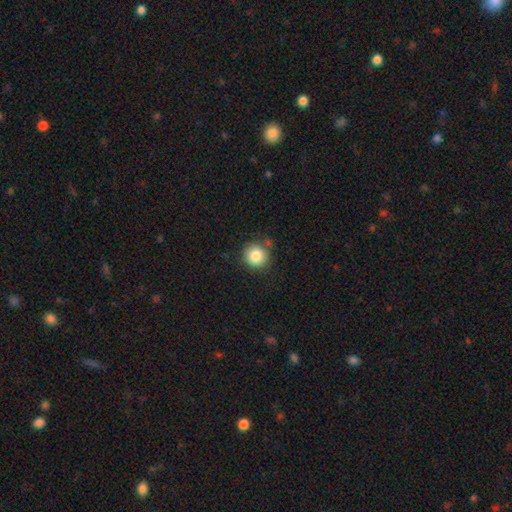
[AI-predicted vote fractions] smooth_or_featured: smooth (p=0.85) [alt: star or artifact p=0.09]
how_rounded: round (p=0.92) [alt: in between p=0.07]
merging: none (p=0.81) [alt: minor disturbance p=0.12]